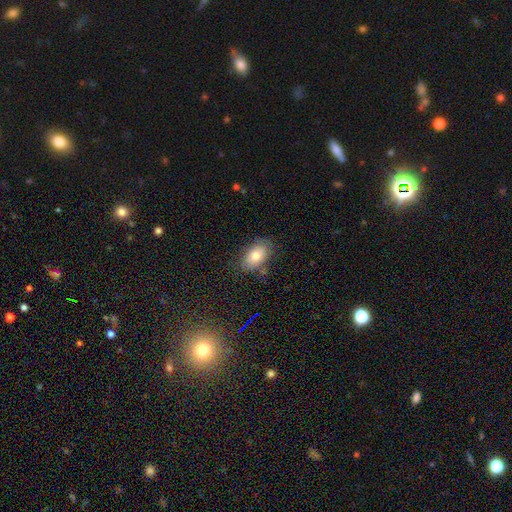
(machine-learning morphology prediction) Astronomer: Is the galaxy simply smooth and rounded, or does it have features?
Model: smooth — 76%.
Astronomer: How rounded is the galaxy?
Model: in between — 89%.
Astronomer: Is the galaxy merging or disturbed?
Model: none — 76%.